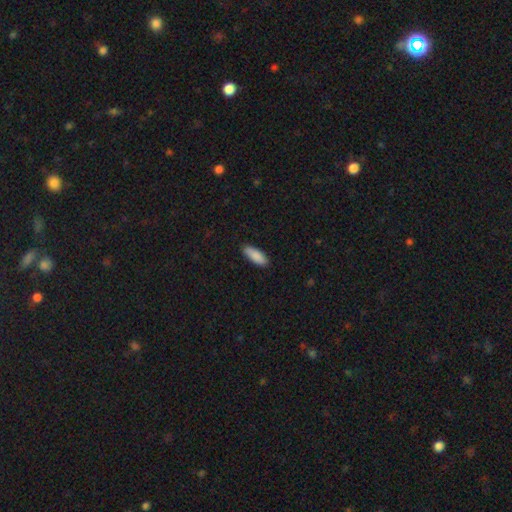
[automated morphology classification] smooth_or_featured: smooth (p=0.90) [alt: star or artifact p=0.06]
how_rounded: in between (p=0.67) [alt: cigar-shaped p=0.31]
merging: none (p=0.88) [alt: minor disturbance p=0.09]